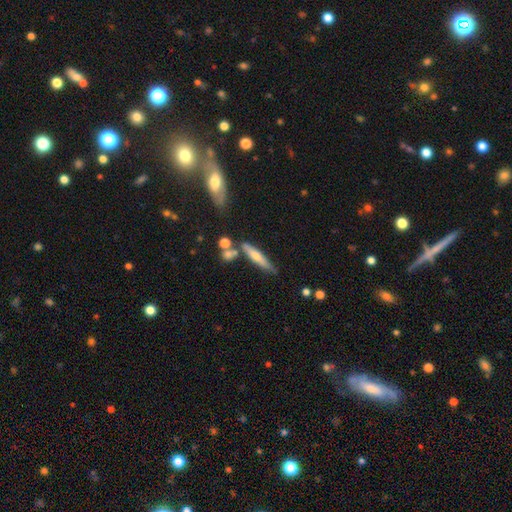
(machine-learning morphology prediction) Smooth or featured? featured or disk (49%)
Merging? none (69%)